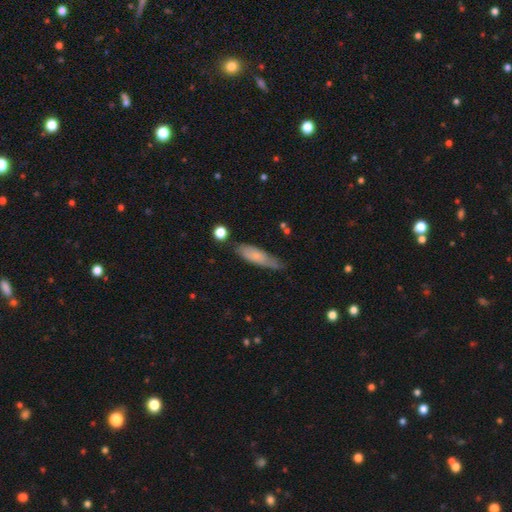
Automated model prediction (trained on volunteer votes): Smooth or featured? smooth (68%)
How rounded? cigar-shaped (61%)
Merging? none (60%)